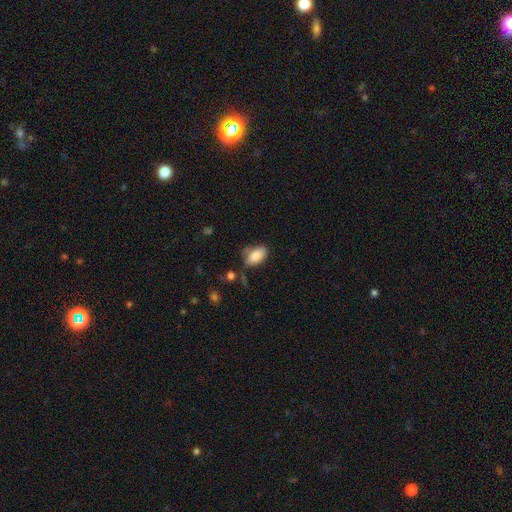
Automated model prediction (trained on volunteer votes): Q: Smooth or featured?
A: smooth (81%); runner-up: featured or disk (12%)
Q: How rounded?
A: in between (93%); runner-up: round (4%)
Q: Merging?
A: none (61%); runner-up: minor disturbance (24%)